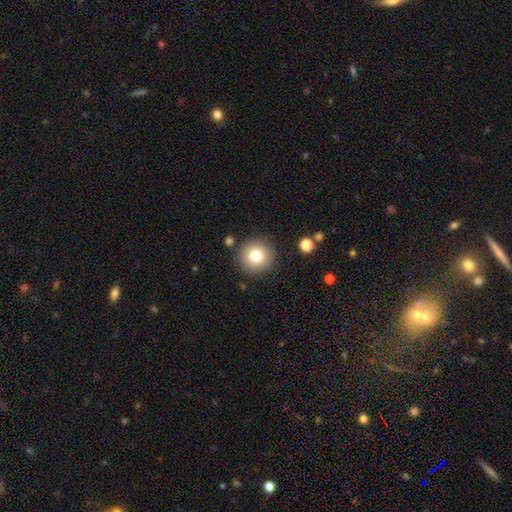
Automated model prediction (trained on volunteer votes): Overall: smooth (79%). How rounded: round (95%). Merging: none (88%).